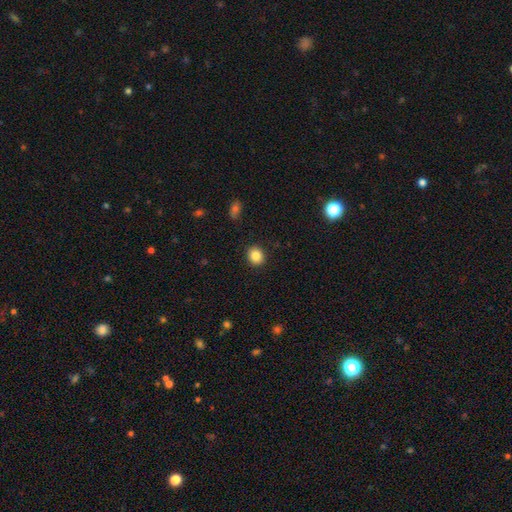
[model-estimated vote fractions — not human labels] Smooth or featured: smooth — 85% (star or artifact — 9%)
How rounded: round — 72% (in between — 28%)
Merging: none — 91% (minor disturbance — 6%)